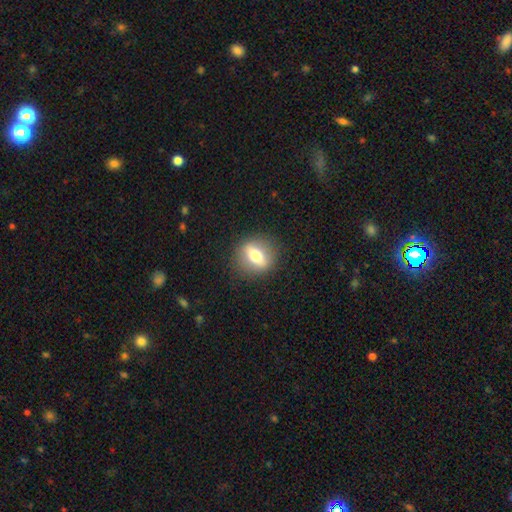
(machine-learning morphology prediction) smooth_or_featured: smooth (p=0.50) [alt: featured or disk p=0.41]
how_rounded: round (p=0.56) [alt: in between p=0.39]
merging: none (p=0.86) [alt: minor disturbance p=0.09]